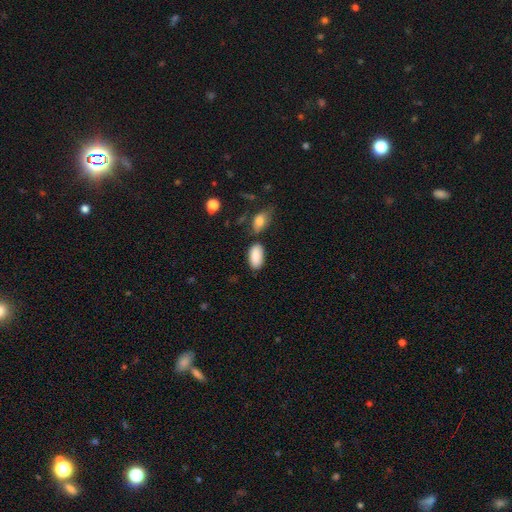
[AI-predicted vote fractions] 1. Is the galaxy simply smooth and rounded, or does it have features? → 87% smooth, 6% star or artifact, 6% featured or disk.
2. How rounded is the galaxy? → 94% in between, 4% cigar-shaped, 3% round.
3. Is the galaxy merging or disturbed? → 75% none, 14% minor disturbance, 8% merger, 3% major disturbance.